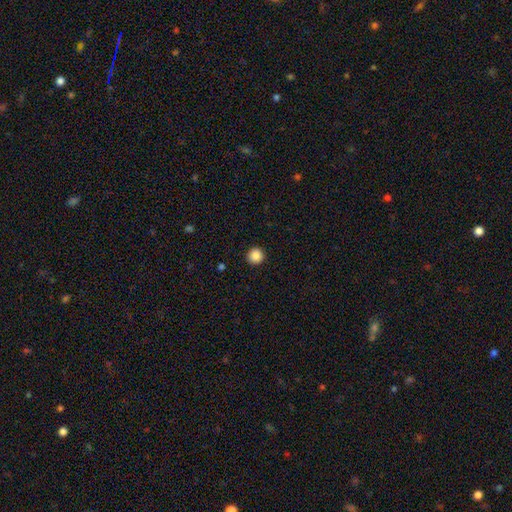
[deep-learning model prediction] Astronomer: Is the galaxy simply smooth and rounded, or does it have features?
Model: smooth — 87%.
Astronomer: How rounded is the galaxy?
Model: round — 95%.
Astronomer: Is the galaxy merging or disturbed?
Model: none — 93%.